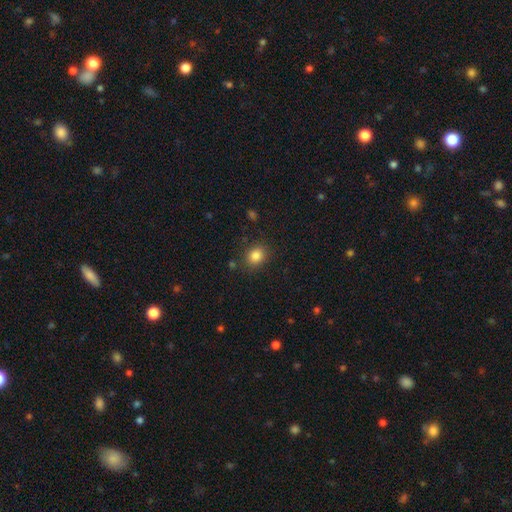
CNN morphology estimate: A smooth galaxy with no disk features (84%) that is round (60%). Merging: none (84%).